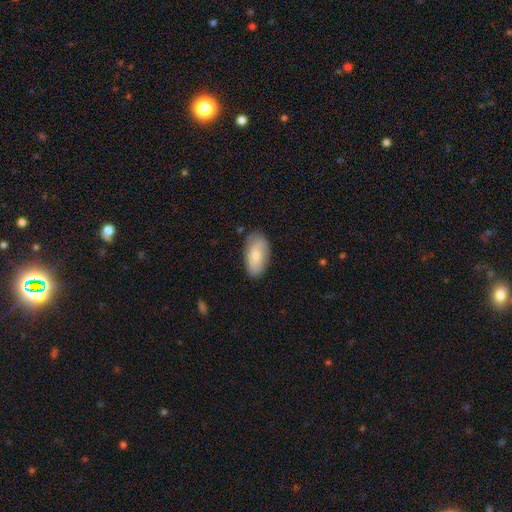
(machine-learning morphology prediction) Q: Smooth or featured?
A: smooth (73%); runner-up: featured or disk (21%)
Q: How rounded?
A: in between (93%); runner-up: cigar-shaped (4%)
Q: Merging?
A: none (77%); runner-up: minor disturbance (18%)